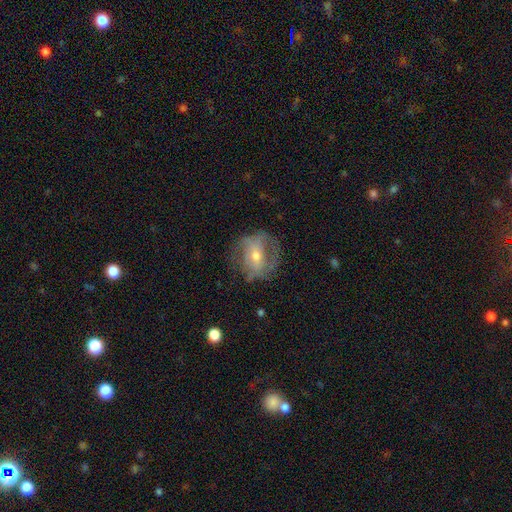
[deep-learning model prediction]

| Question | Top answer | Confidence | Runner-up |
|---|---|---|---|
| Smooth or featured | featured or disk | 65% | smooth (27%) |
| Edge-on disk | no | 95% | yes (5%) |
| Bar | weak | 38% | no (35%) |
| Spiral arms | yes | 65% | no (35%) |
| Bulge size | moderate | 51% | small (44%) |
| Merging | none | 59% | minor disturbance (22%) |